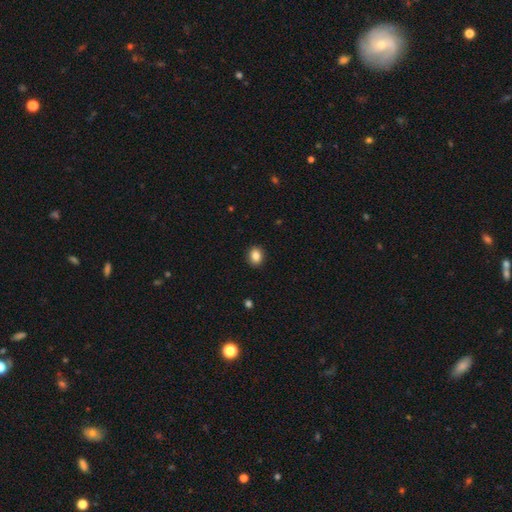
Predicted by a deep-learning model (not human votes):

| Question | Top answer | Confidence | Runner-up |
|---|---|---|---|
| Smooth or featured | smooth | 86% | star or artifact (9%) |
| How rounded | round | 57% | in between (42%) |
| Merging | none | 91% | minor disturbance (6%) |